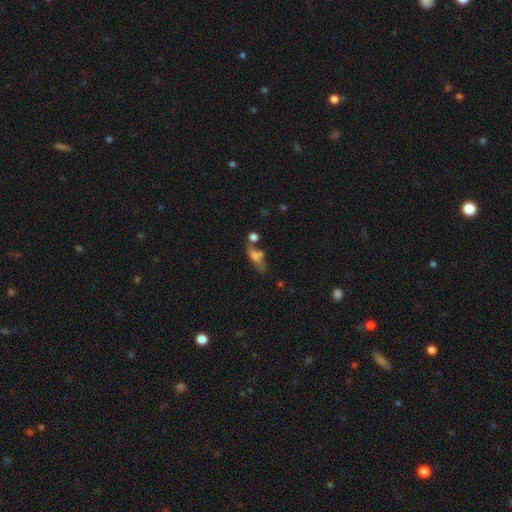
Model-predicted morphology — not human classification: Overall: smooth (58%; featured or disk 30%). How rounded: in between (55%; cigar-shaped 38%). Merging: none (39%; merger 28%).